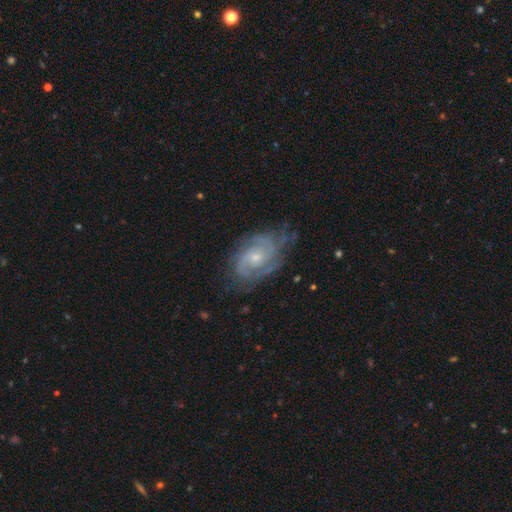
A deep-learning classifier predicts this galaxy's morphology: Smooth or featured: featured or disk — 74% (smooth — 14%)
Edge-on disk: no — 96% (yes — 4%)
Bar: no — 61% (weak — 33%)
Spiral arms: yes — 92% (no — 8%)
Spiral winding: tight — 53% (medium — 37%)
Spiral arm count: 2 — 41% (can't tell — 31%)
Bulge size: small — 50% (moderate — 44%)
Merging: none — 72% (minor disturbance — 20%)